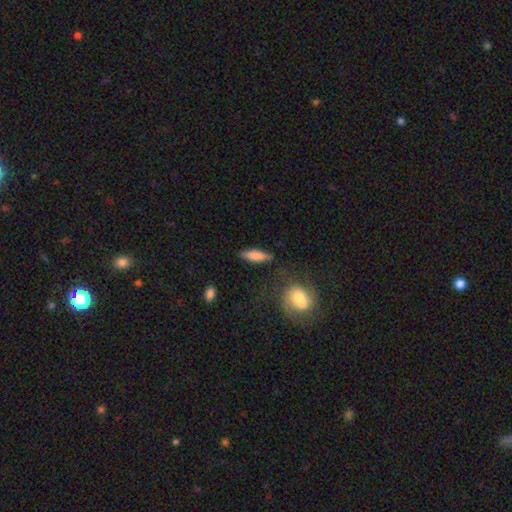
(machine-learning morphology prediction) Smooth or featured?
  - smooth: 79% *
  - featured or disk: 14%
  - star or artifact: 7%
How rounded?
  - cigar-shaped: 56% *
  - in between: 41%
  - round: 3%
Merging?
  - none: 78% *
  - minor disturbance: 14%
  - major disturbance: 4%
  - merger: 4%